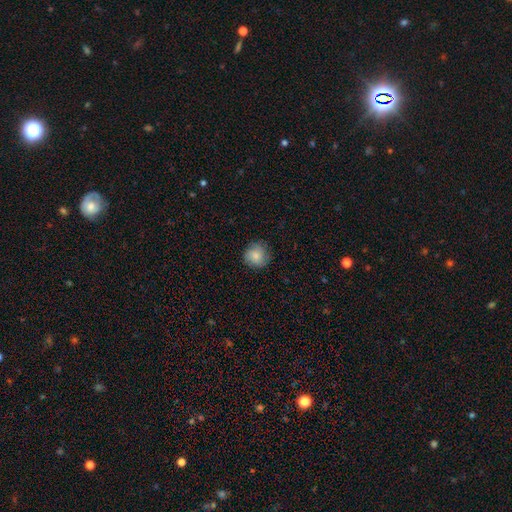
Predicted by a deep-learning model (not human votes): This appears to be a smooth galaxy with no disk features (83%) that is round (91%). Merging: none (82%).